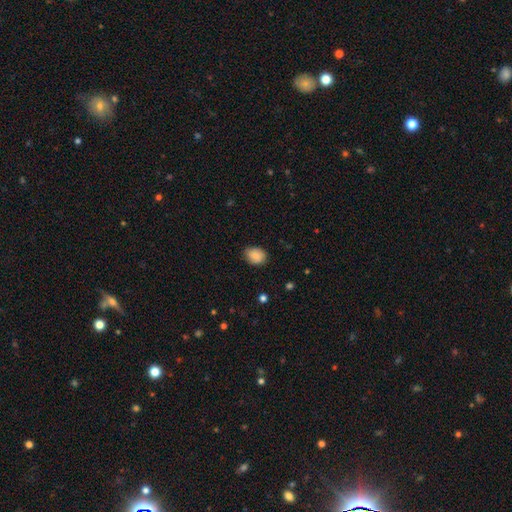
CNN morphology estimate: type=smooth (88%); roundness=in between (59%); merging=none (82%).